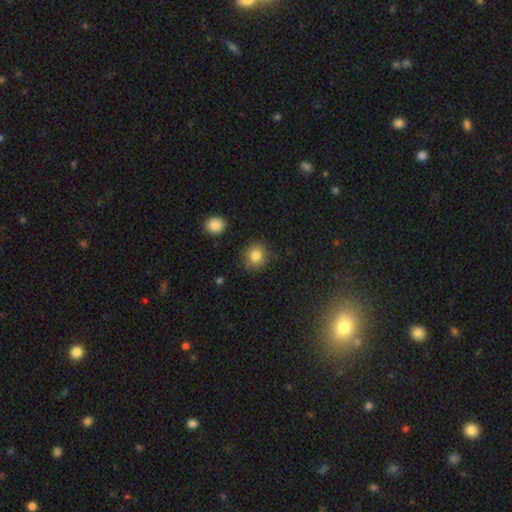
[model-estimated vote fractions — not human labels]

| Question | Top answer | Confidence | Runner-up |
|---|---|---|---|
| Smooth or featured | smooth | 84% | star or artifact (10%) |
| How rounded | round | 88% | in between (11%) |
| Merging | none | 86% | minor disturbance (10%) |